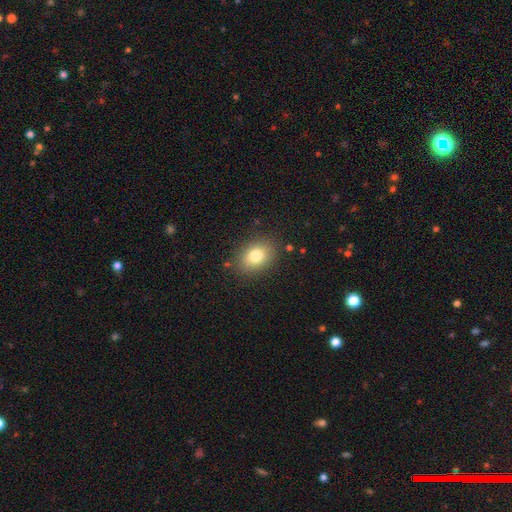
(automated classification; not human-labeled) The model was most divided on "how rounded": in between: 68%, round: 31%, cigar-shaped: 1%. More confident: merging — none (85%); smooth or featured — smooth (80%).